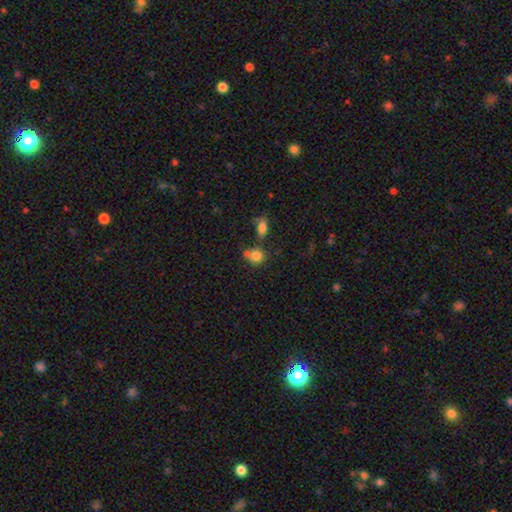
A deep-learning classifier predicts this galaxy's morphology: Overall: smooth (80%). How rounded: round (78%). Merging: none (50%; merger 32%).